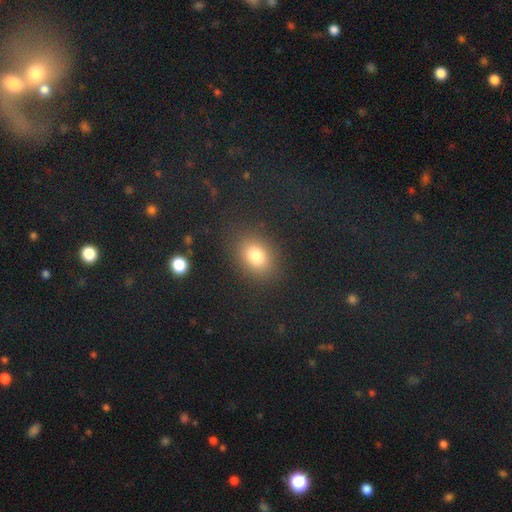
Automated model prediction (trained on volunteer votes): This appears to be a smooth galaxy with no disk features (79%) that is in between round and cigar-shaped (65%). Merging: none (85%).